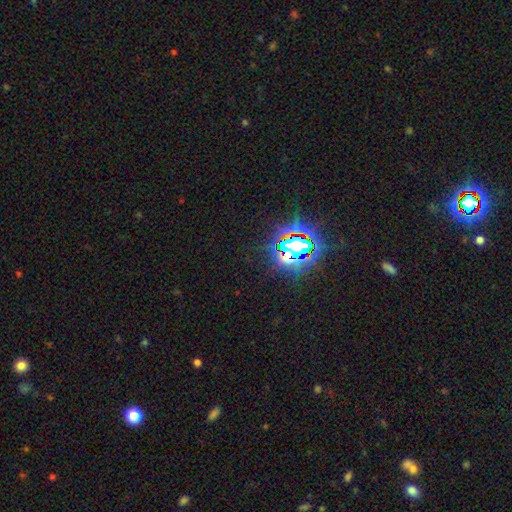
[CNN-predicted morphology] smooth_or_featured: star or artifact (p=0.82) [alt: smooth p=0.11]